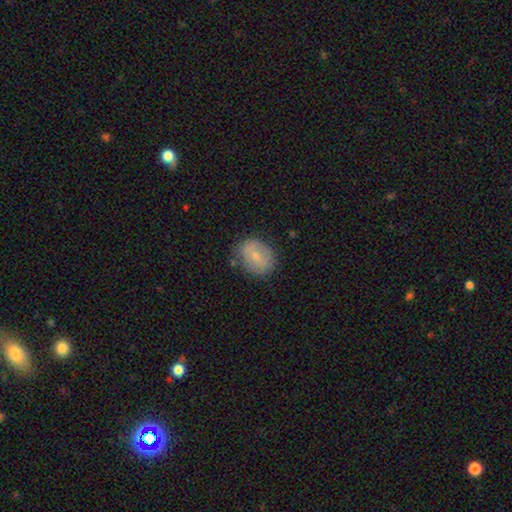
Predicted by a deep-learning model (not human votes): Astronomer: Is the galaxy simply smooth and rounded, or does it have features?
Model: smooth — 59% (runner-up: featured or disk, 34%).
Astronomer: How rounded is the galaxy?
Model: in between — 56% (runner-up: round, 43%).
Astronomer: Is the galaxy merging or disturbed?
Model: none — 76%.